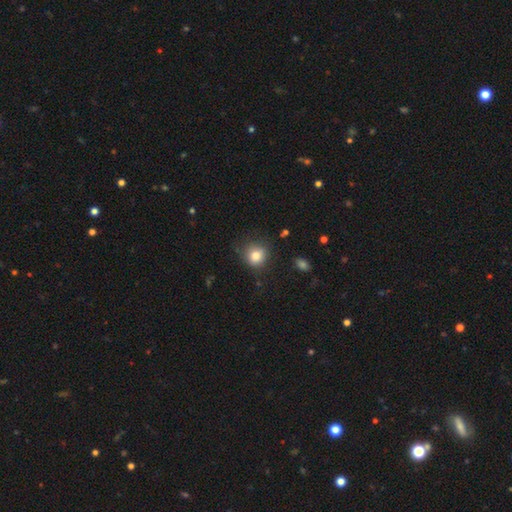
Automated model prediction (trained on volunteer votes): This is clearly a smooth galaxy (82%). How rounded: clearly round (86%). Merging: likely none (79%).